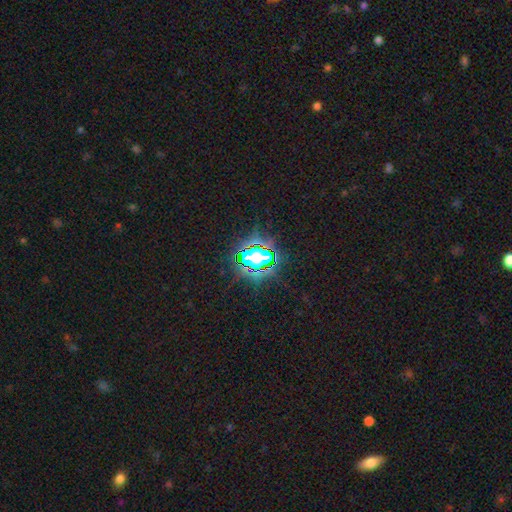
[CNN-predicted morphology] type=star or artifact (80%).